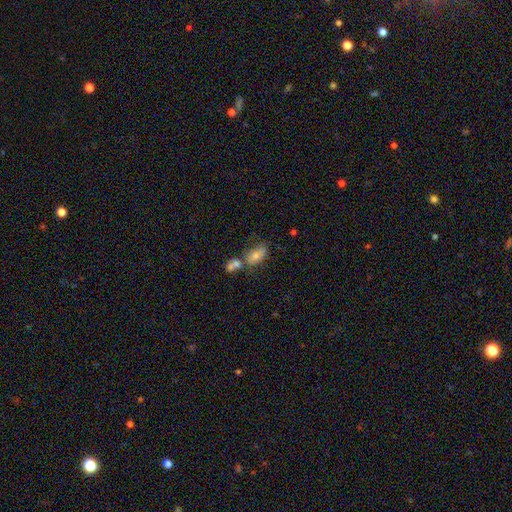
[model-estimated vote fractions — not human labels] Smooth or featured? smooth (65%)
How rounded? in between (83%)
Merging? merger (41%)